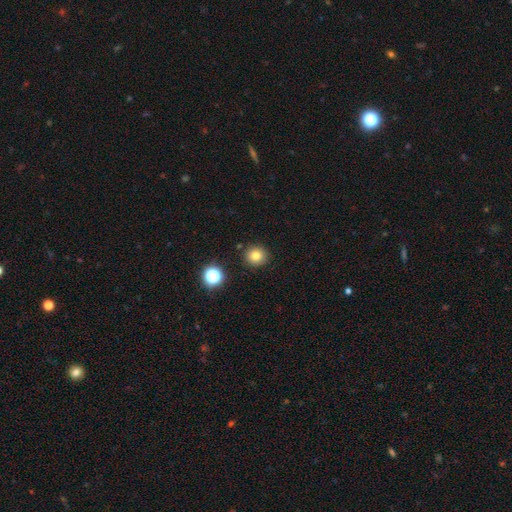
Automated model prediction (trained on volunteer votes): Q: Smooth or featured?
A: smooth (80%); runner-up: star or artifact (13%)
Q: How rounded?
A: round (92%); runner-up: in between (7%)
Q: Merging?
A: none (89%); runner-up: minor disturbance (6%)